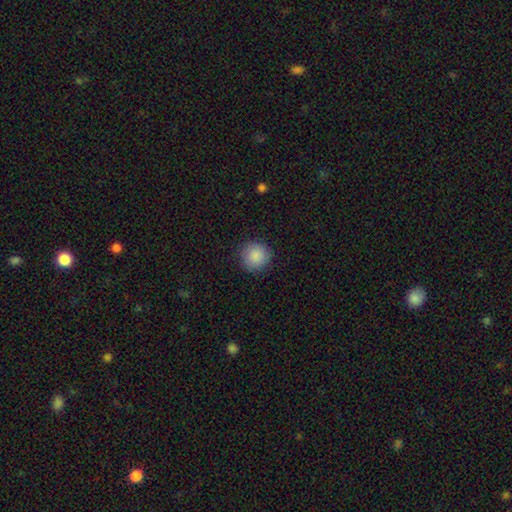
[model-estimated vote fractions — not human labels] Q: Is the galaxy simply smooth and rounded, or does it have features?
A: smooth — 89%.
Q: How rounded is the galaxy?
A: round — 94%.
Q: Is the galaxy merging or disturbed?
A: none — 89%.